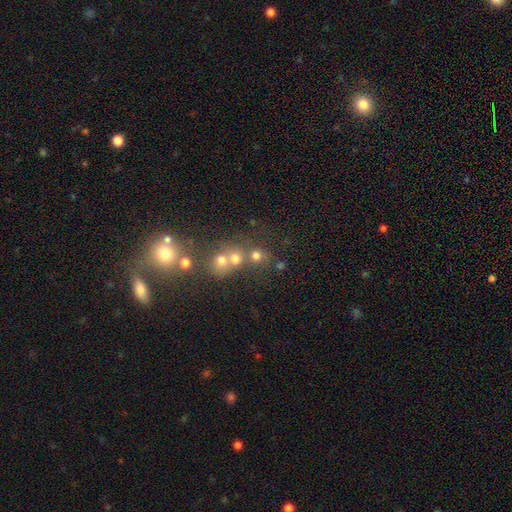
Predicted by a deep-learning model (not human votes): A smooth galaxy with no disk features (55%) that is round (82%).

Vote fractions:
- Smooth or featured? smooth: 55% / star or artifact: 29% / featured or disk: 16%
- How rounded? round: 82% / in between: 16% / cigar-shaped: 2%
- Merging? none: 50% / merger: 38% / minor disturbance: 8% / major disturbance: 5%